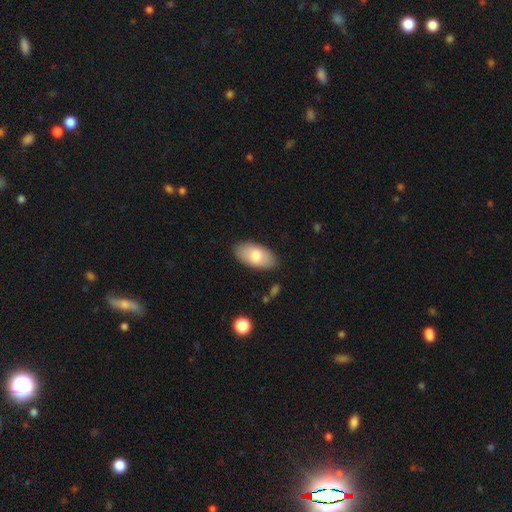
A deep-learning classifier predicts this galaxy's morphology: Overall: smooth (77%). How rounded: in between (94%). Merging: none (86%).